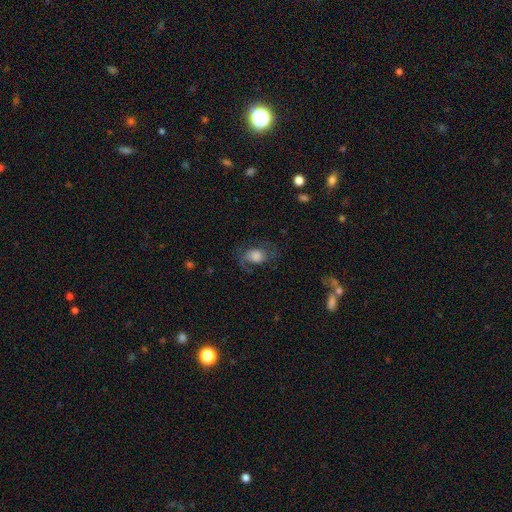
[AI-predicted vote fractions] Smooth or featured? Predicted: featured or disk (p=0.49). Merging? Predicted: none (p=0.58).